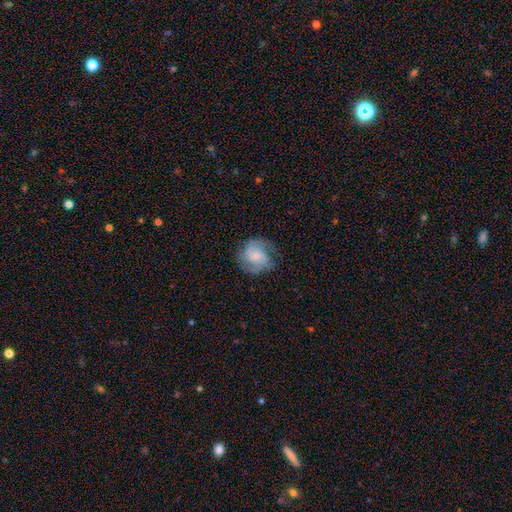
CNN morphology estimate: type=featured or disk (65%); edge-on=no (98%); bar=no (60%); spiral arms=yes (93%); winding=medium (48%); arm count=2 (78%); bulge=small (48%); merging=none (72%).